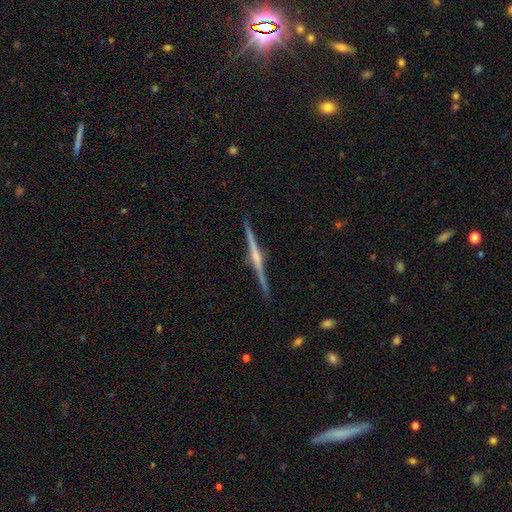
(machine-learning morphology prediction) Smooth or featured? featured or disk (85%)
Edge-on disk? yes (99%)
Edge-on bulge? rounded (74%)
Merging? none (91%)